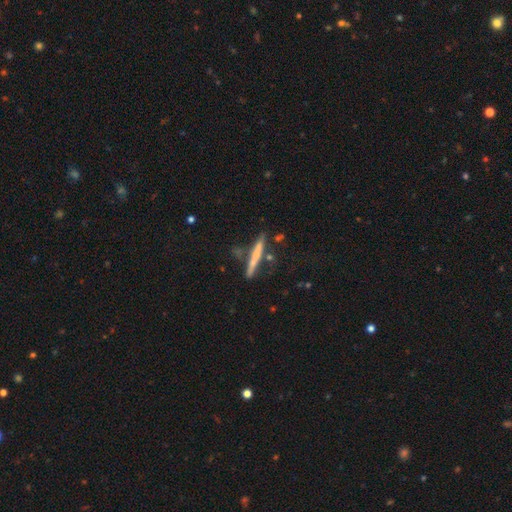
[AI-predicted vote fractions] Smooth or featured? Predicted: featured or disk (p=0.47). Merging? Predicted: none (p=0.78).